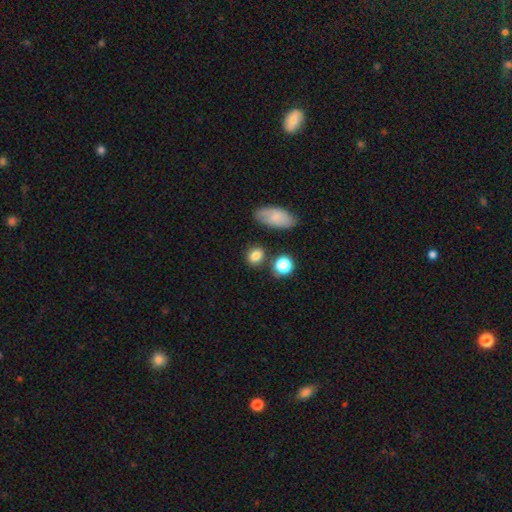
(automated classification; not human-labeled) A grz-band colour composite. It shows a smooth galaxy with no disk features (81%) that is round (54%). Merging: none (76%).